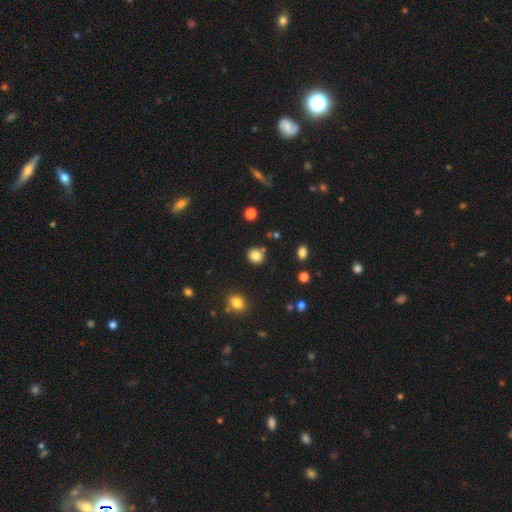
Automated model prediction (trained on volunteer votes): A smooth galaxy with no disk features (84%) that is round (79%).

Vote fractions:
- Smooth or featured? smooth: 84% / star or artifact: 11% / featured or disk: 5%
- How rounded? round: 79% / in between: 20% / cigar-shaped: 1%
- Merging? none: 81% / minor disturbance: 10% / merger: 6% / major disturbance: 3%